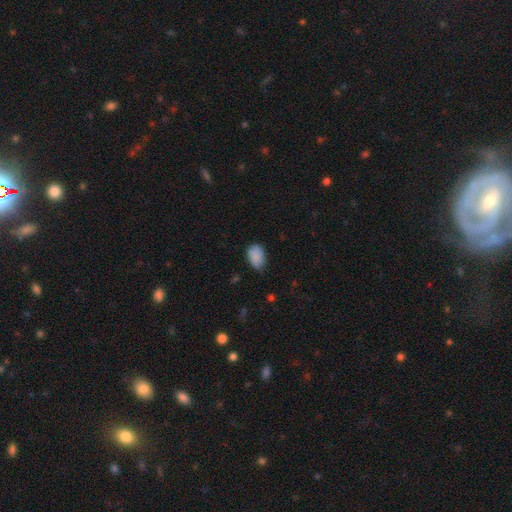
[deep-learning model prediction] This is clearly a smooth galaxy (87%). How rounded: clearly in between (83%). Merging: likely none (61%).